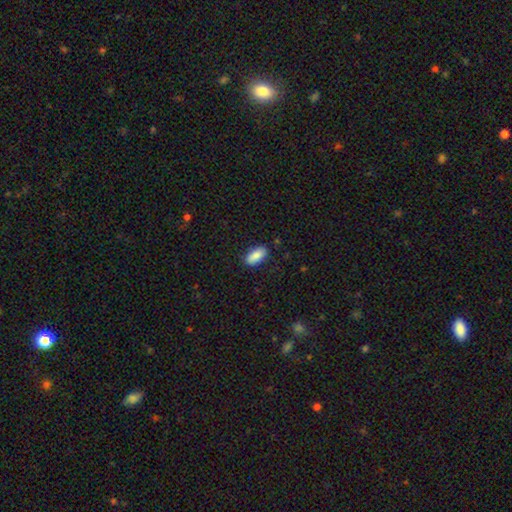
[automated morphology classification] Overall: smooth (86%). How rounded: in between (89%). Merging: none (86%).